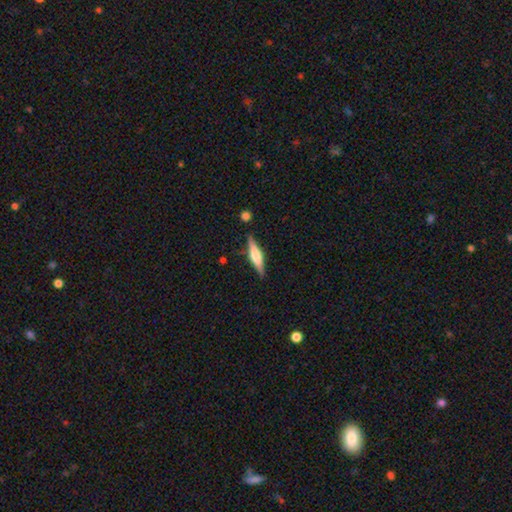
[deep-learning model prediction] Overall: featured or disk (57%; smooth 37%). Edge-on disk: yes (96%). Edge-on bulge: rounded (64%; boxy 28%). Merging: none (85%).